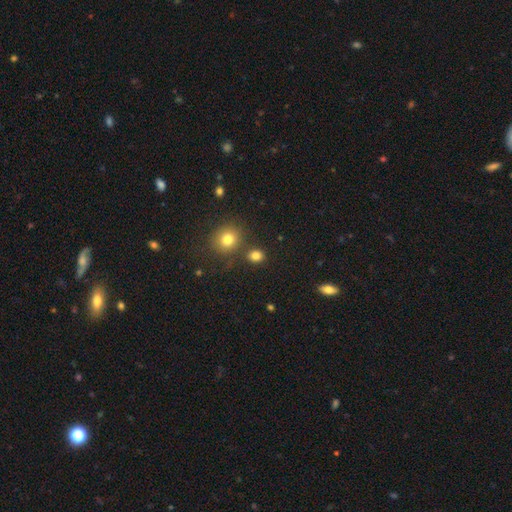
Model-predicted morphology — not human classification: Smooth or featured? smooth (81%)
How rounded? round (63%)
Merging? none (80%)